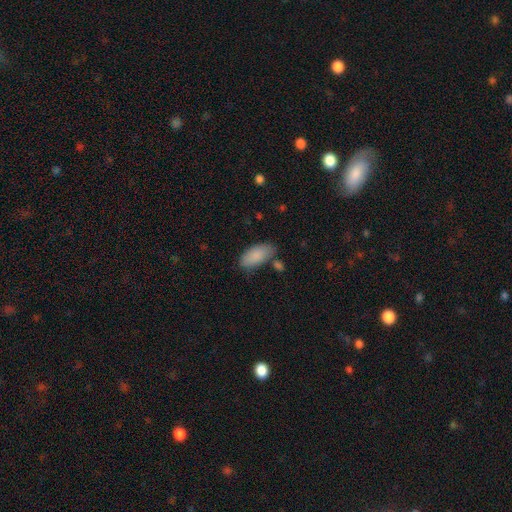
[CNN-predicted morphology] Smooth or featured? smooth (88%)
How rounded? in between (92%)
Merging? none (70%)